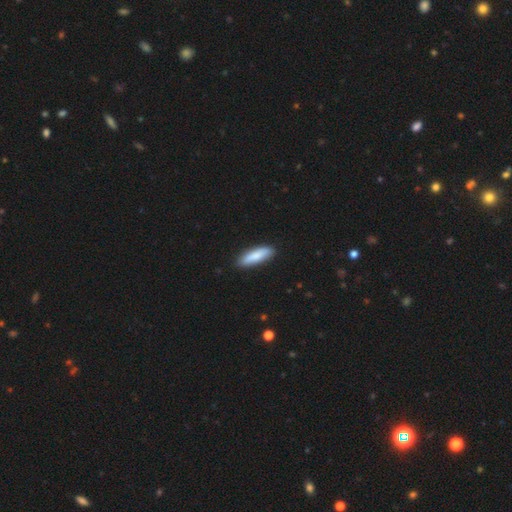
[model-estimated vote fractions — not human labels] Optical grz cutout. It shows a smooth galaxy with no disk features (82%) that is cigar-shaped (59%). Merging: none (88%).